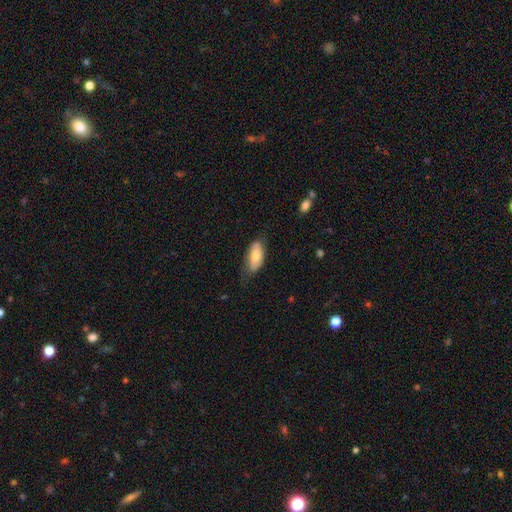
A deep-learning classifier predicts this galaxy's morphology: The model was most divided on "merging": none: 61%, minor disturbance: 29%, major disturbance: 8%, merger: 1%. More confident: how rounded — in between (88%); smooth or featured — smooth (73%).